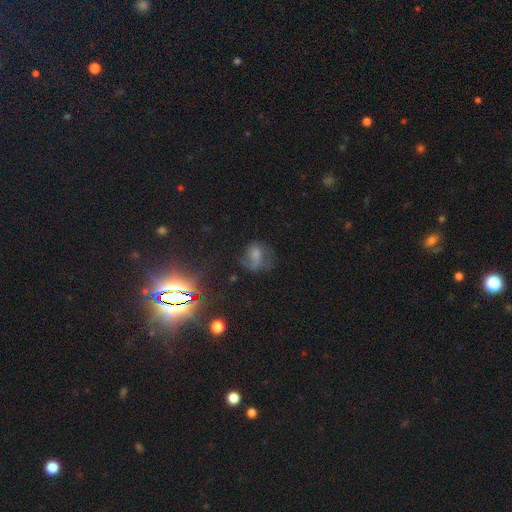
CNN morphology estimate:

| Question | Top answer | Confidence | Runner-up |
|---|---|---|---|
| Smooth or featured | smooth | 48% | featured or disk (32%) |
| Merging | none | 37% | major disturbance (34%) |